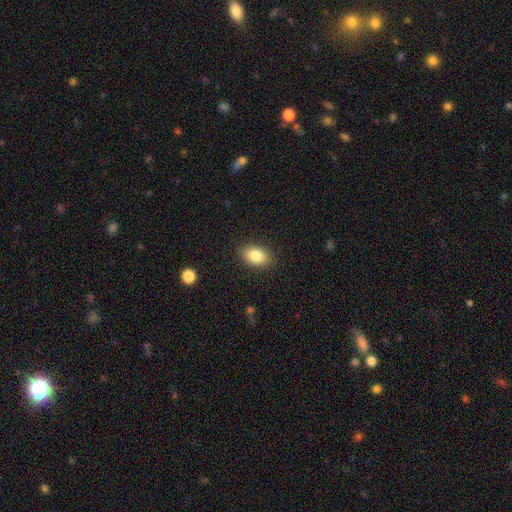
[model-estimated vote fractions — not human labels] This appears to be a smooth galaxy with no disk features (83%) that is in between round and cigar-shaped (85%). Merging: none (88%).